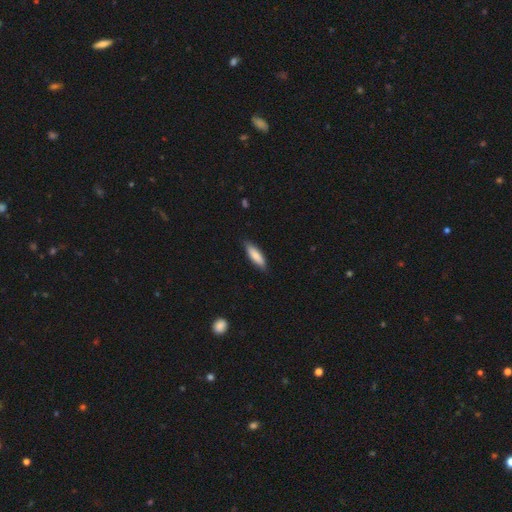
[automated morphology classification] Smooth or featured? Predicted: smooth (p=0.81). How rounded? Predicted: cigar-shaped (p=0.58). Merging? Predicted: none (p=0.84).